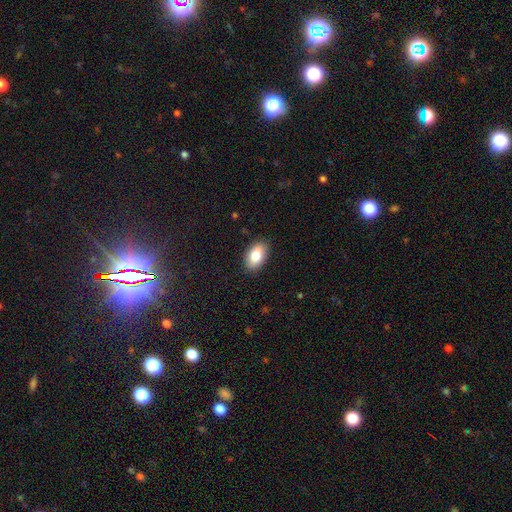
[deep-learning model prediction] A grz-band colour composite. It shows a smooth galaxy with no disk features (79%) that is in between round and cigar-shaped (91%). Merging: none (85%).